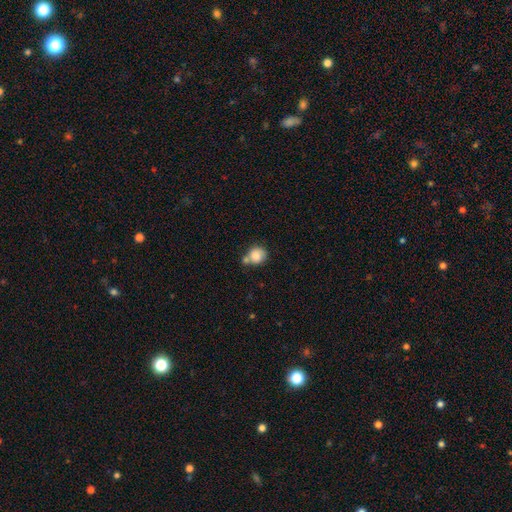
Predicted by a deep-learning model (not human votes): A smooth galaxy with no disk features (83%) that is round (85%). Merging: none (49%).